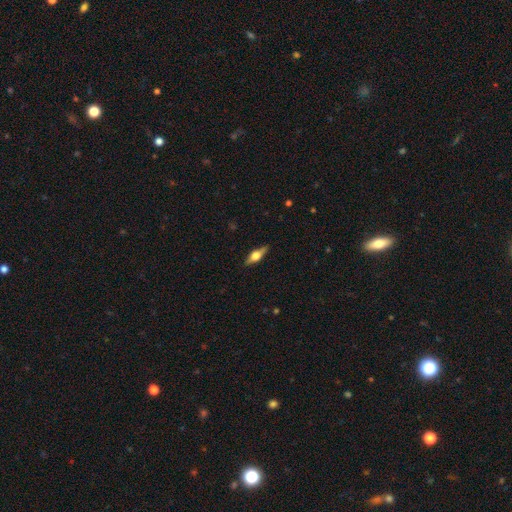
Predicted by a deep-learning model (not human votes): A featured or disk galaxy (64%) viewed edge-on (95%) with a rounded central bulge (92%).

Vote fractions:
- Smooth or featured? featured or disk: 64% / smooth: 30% / star or artifact: 6%
- Edge-on disk? yes: 95% / no: 5%
- Edge-on bulge? rounded: 92% / boxy: 7% / none: 1%
- Merging? none: 87% / minor disturbance: 10% / major disturbance: 2% / merger: 1%